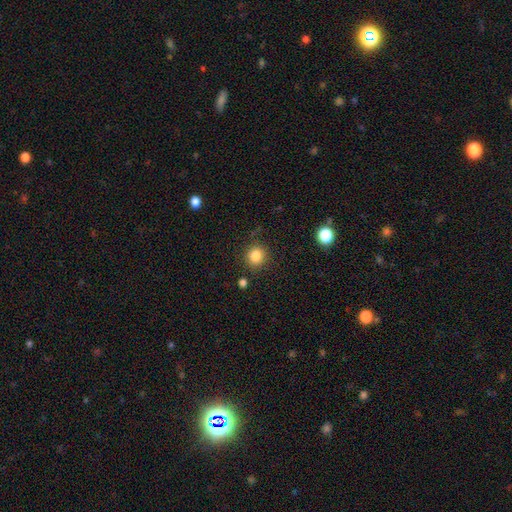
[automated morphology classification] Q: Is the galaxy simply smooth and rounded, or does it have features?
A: smooth — 84%.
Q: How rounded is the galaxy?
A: round — 89%.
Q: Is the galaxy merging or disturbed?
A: none — 86%.